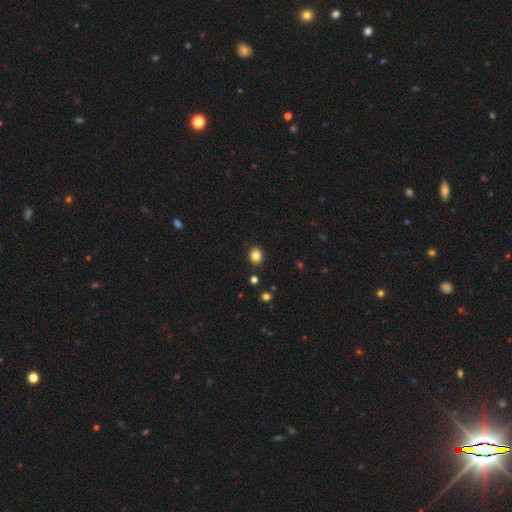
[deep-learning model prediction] smooth_or_featured: smooth (p=0.84) [alt: star or artifact p=0.11]
how_rounded: round (p=0.61) [alt: in between p=0.38]
merging: none (p=0.90) [alt: minor disturbance p=0.07]